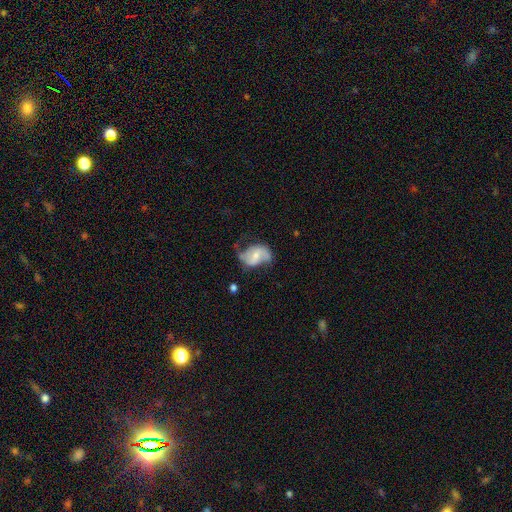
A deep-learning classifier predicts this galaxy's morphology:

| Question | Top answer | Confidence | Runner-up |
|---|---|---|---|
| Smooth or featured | featured or disk | 72% | smooth (22%) |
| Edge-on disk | no | 97% | yes (3%) |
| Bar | weak | 45% | no (39%) |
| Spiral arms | yes | 90% | no (10%) |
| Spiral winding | loose | 51% | medium (37%) |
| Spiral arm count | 2 | 87% | can't tell (6%) |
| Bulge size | moderate | 47% | small (42%) |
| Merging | none | 55% | minor disturbance (27%) |